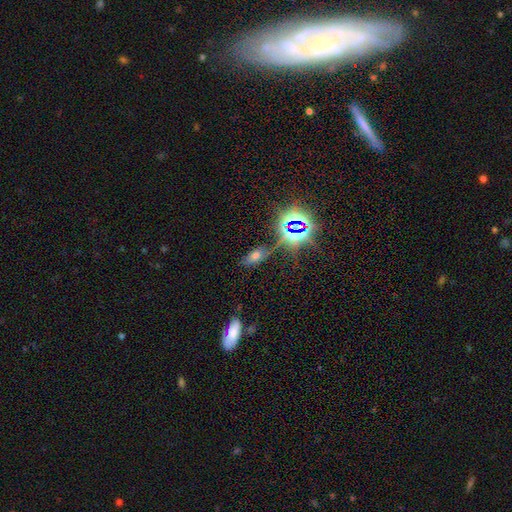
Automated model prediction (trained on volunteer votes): Morphology: type=star or artifact (42%).